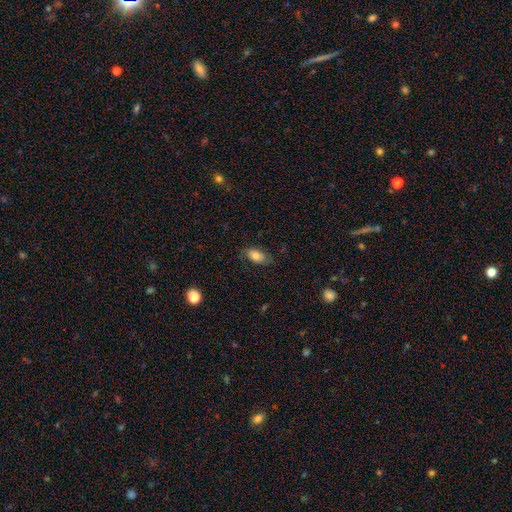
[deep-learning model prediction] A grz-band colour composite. It shows a smooth galaxy with no disk features (79%) that is in between round and cigar-shaped (91%). Merging: none (76%).